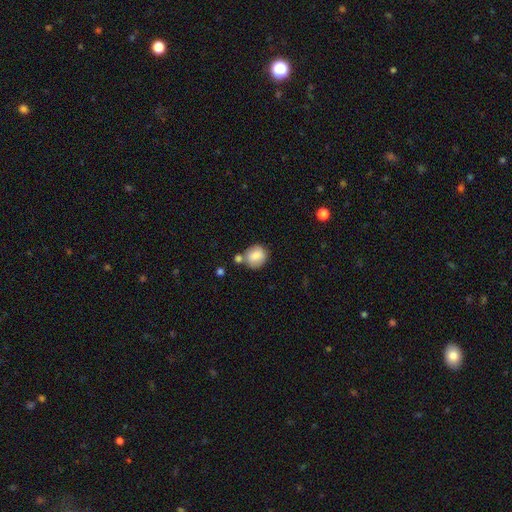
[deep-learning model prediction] A smooth galaxy with no disk features (83%) that is round (77%).

Vote fractions:
- Smooth or featured? smooth: 83% / featured or disk: 9% / star or artifact: 8%
- How rounded? round: 77% / in between: 22% / cigar-shaped: 1%
- Merging? none: 60% / merger: 21% / minor disturbance: 15% / major disturbance: 4%